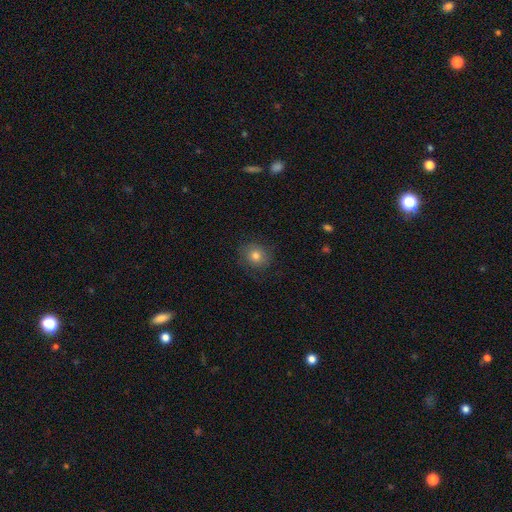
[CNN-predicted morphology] This is likely a smooth galaxy (78%). How rounded: likely round (79%). Merging: clearly none (82%).